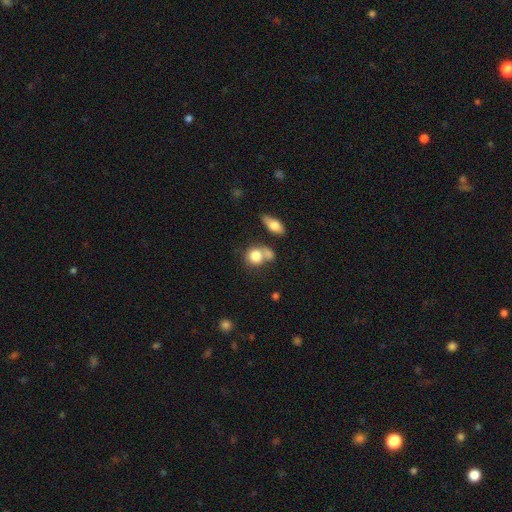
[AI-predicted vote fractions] This appears to be a smooth galaxy with no disk features (81%) that is round (67%). Merging: none (44%).